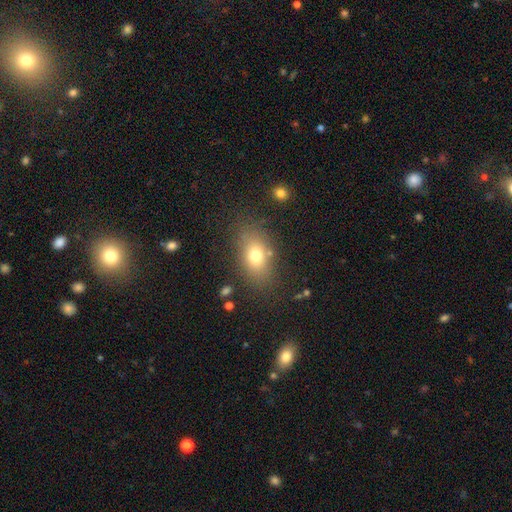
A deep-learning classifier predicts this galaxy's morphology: Smooth or featured: smooth — 73% (featured or disk — 15%)
How rounded: in between — 82% (round — 16%)
Merging: none — 78% (minor disturbance — 13%)